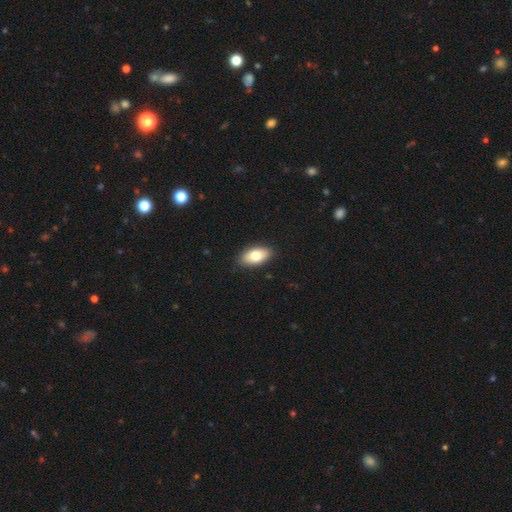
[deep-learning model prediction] Morphology: type=smooth (77%); roundness=in between (92%); merging=none (88%).